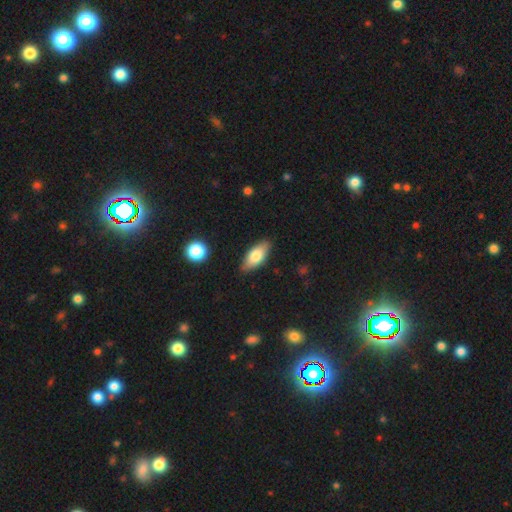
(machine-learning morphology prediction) A smooth galaxy with no disk features (75%) that is in between round and cigar-shaped (84%).

Vote fractions:
- Smooth or featured? smooth: 75% / featured or disk: 19% / star or artifact: 6%
- How rounded? in between: 84% / cigar-shaped: 13% / round: 3%
- Merging? none: 84% / minor disturbance: 12% / major disturbance: 2% / merger: 2%